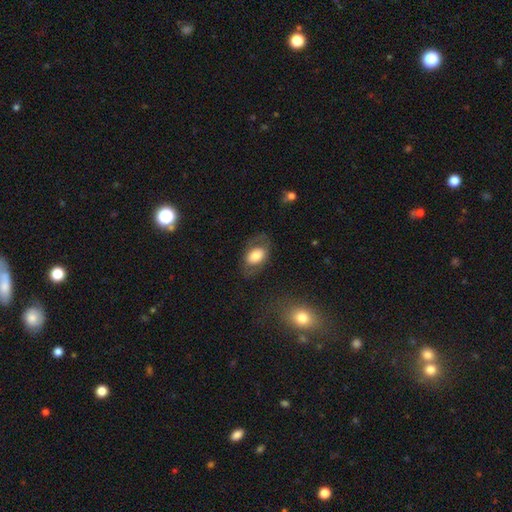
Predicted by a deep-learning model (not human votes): A smooth galaxy with no disk features (66%) that is in between round and cigar-shaped (88%).

Vote fractions:
- Smooth or featured? smooth: 66% / featured or disk: 26% / star or artifact: 8%
- How rounded? in between: 88% / round: 11% / cigar-shaped: 1%
- Merging? none: 68% / minor disturbance: 18% / major disturbance: 13% / merger: 2%